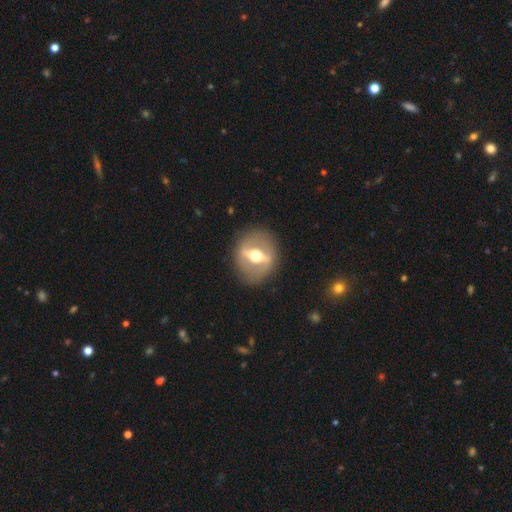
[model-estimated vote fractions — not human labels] Smooth or featured?
  - featured or disk: 75% *
  - smooth: 19%
  - star or artifact: 6%
Edge-on disk?
  - no: 78% *
  - yes: 22%
Bar?
  - strong: 74% *
  - weak: 18%
  - no: 8%
Spiral arms?
  - no: 77% *
  - yes: 23%
Bulge size?
  - moderate: 67% *
  - large: 25%
  - small: 5%
  - dominant: 2%
  - none: 1%
Merging?
  - none: 85% *
  - minor disturbance: 9%
  - major disturbance: 5%
  - merger: 1%